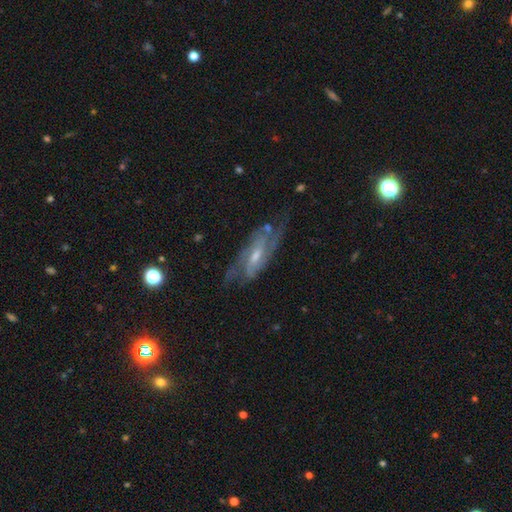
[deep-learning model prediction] Smooth or featured: featured or disk — 84% (smooth — 9%)
Edge-on disk: no — 87% (yes — 13%)
Bar: weak — 49% (no — 28%)
Spiral arms: yes — 94% (no — 6%)
Spiral winding: medium — 48% (tight — 33%)
Spiral arm count: 2 — 64% (can't tell — 18%)
Bulge size: small — 49% (moderate — 43%)
Merging: none — 70% (minor disturbance — 18%)